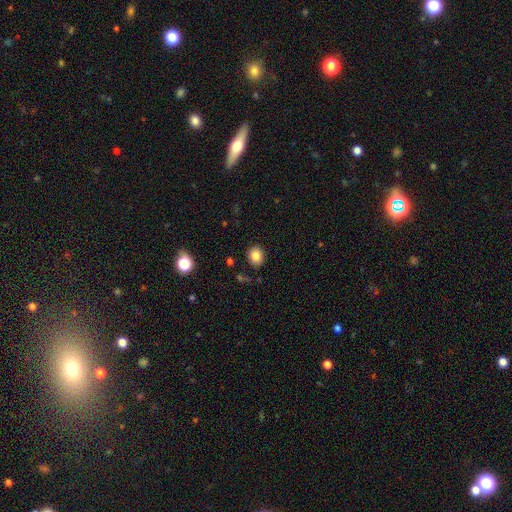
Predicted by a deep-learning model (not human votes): Smooth or featured: smooth — 83% (star or artifact — 10%)
How rounded: round — 56% (in between — 43%)
Merging: none — 86% (minor disturbance — 9%)